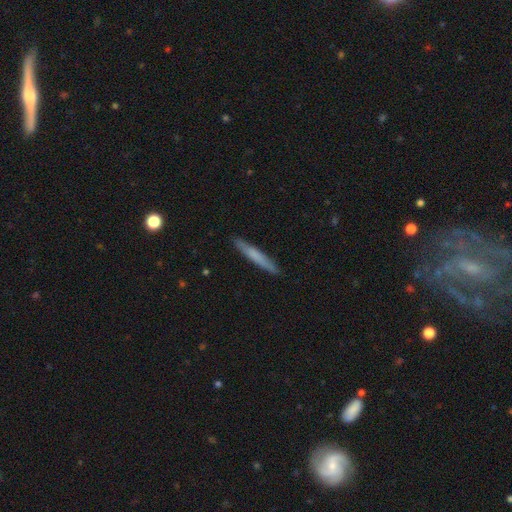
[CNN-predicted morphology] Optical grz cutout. It shows a smooth galaxy with no disk features (63%) that is cigar-shaped (96%). Merging: none (90%).